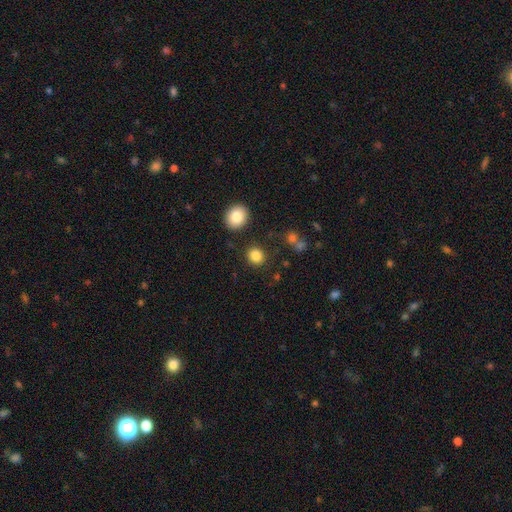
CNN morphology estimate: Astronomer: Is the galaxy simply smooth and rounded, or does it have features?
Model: smooth — 85%.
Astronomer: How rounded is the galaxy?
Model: round — 85%.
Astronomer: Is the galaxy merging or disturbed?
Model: none — 87%.